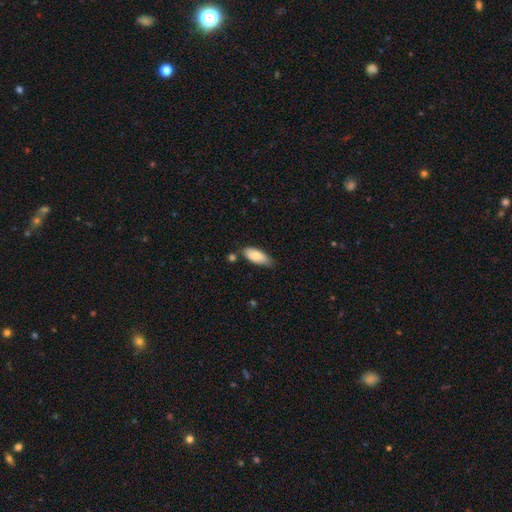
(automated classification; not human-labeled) This appears to be a smooth galaxy with no disk features (81%) that is in between round and cigar-shaped (84%). Merging: none (69%).